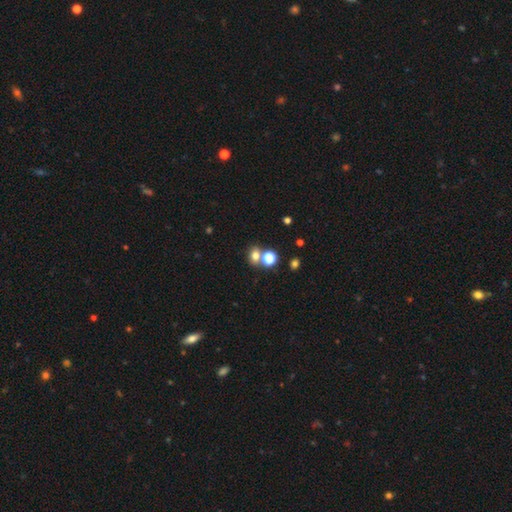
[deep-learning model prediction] The model was most divided on "how rounded": round: 54%, in between: 45%, cigar-shaped: 1%. More confident: smooth or featured — smooth (73%); merging — none (55%).